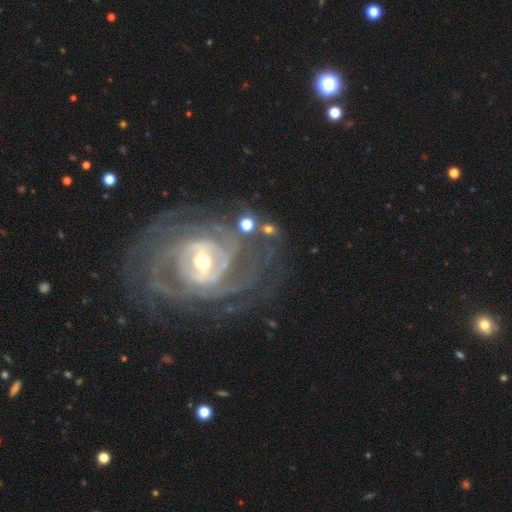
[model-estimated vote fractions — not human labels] Smooth or featured: featured or disk — 88% (star or artifact — 7%)
Edge-on disk: no — 97% (yes — 3%)
Bar: weak — 43% (strong — 36%)
Spiral arms: yes — 96% (no — 4%)
Spiral winding: tight — 70% (medium — 25%)
Spiral arm count: can't tell — 27% (2 — 25%)
Bulge size: small — 50% (moderate — 43%)
Merging: none — 74% (minor disturbance — 14%)